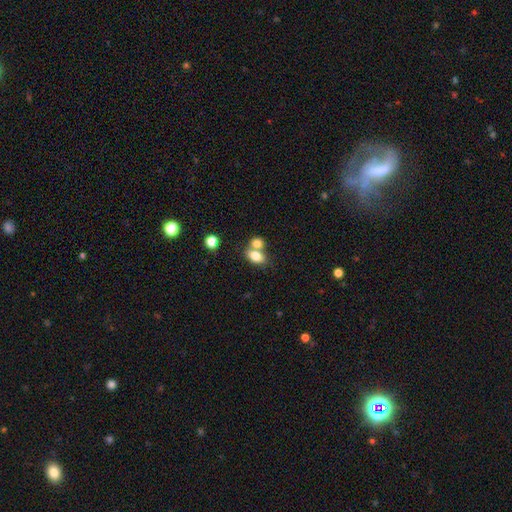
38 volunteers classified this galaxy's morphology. A smooth galaxy with no disk features (87%) that is in between round and cigar-shaped (82%).

Vote fractions:
- Smooth or featured? smooth: 87% / featured or disk: 11% / star or artifact: 3%
- How rounded? in between: 82% / round: 18% / cigar-shaped: 0%
- Merging? merger: 49% / none: 38% / minor disturbance: 11% / major disturbance: 3%